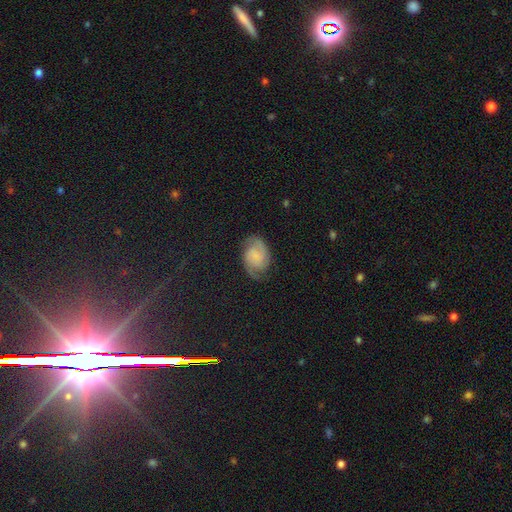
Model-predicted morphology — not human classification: smooth_or_featured: featured or disk (p=0.74) [alt: smooth p=0.17]
disk_edge_on: no (p=0.98) [alt: yes p=0.02]
bar: no (p=0.59) [alt: weak p=0.34]
has_spiral_arms: yes (p=0.96) [alt: no p=0.04]
spiral_winding: medium (p=0.49) [alt: tight p=0.33]
spiral_arm_count: 2 (p=0.90) [alt: can't tell p=0.04]
bulge_size: none (p=0.49) [alt: small p=0.28]
merging: none (p=0.76) [alt: minor disturbance p=0.16]